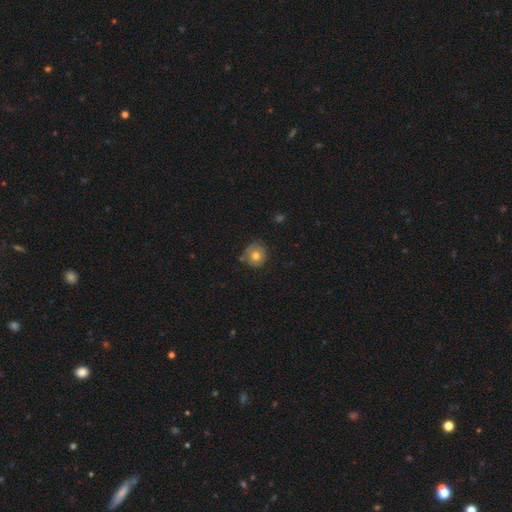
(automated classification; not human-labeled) This is likely a smooth galaxy (71%). How rounded: clearly round (89%). Merging: likely none (71%).